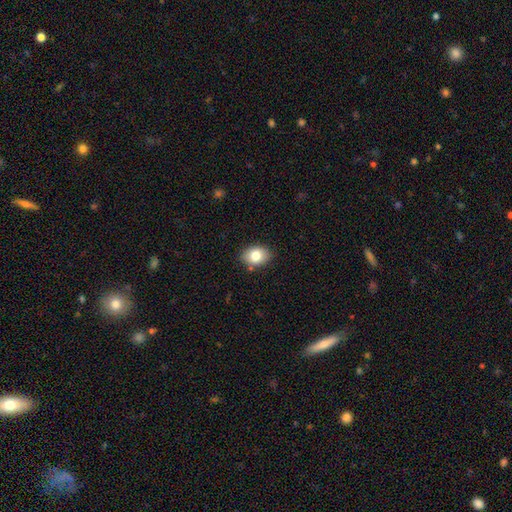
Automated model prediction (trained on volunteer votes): This appears to be a smooth galaxy with no disk features (81%) that is in between round and cigar-shaped (73%). Merging: none (85%).